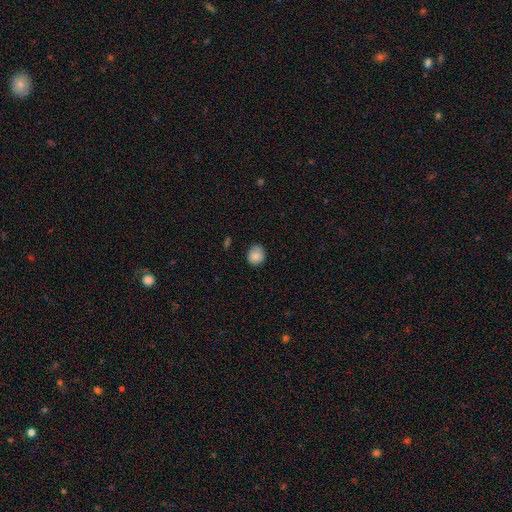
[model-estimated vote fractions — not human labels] The model was most divided on "how rounded": round: 76%, in between: 23%, cigar-shaped: 1%. More confident: smooth or featured — smooth (86%); merging — none (78%).